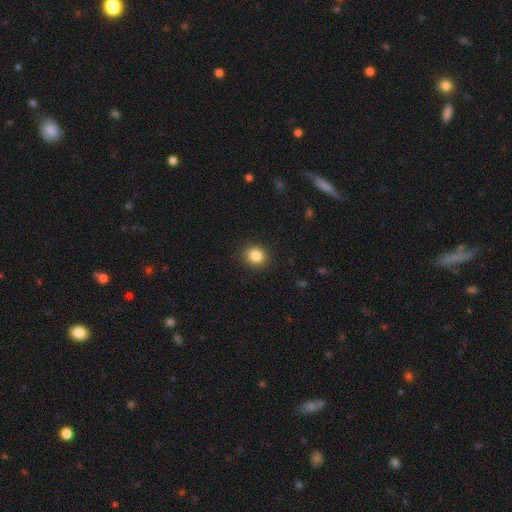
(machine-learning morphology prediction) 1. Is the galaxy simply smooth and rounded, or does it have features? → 85% smooth, 10% star or artifact, 5% featured or disk.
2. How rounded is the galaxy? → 81% round, 19% in between, 1% cigar-shaped.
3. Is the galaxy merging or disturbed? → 91% none, 6% minor disturbance, 2% major disturbance, 1% merger.